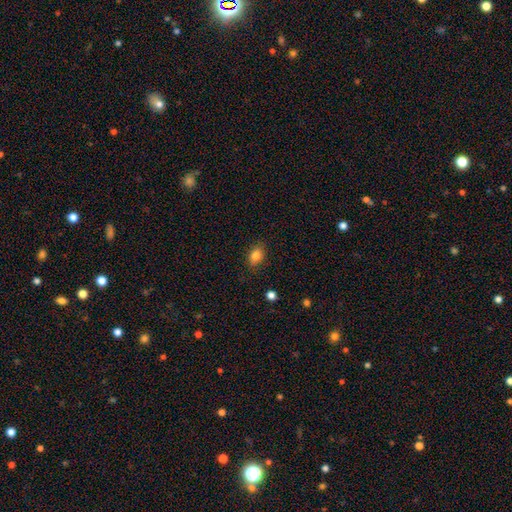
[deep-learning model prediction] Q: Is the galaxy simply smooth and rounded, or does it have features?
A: smooth — 83%.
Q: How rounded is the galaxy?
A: in between — 77%.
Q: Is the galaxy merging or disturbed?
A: none — 84%.